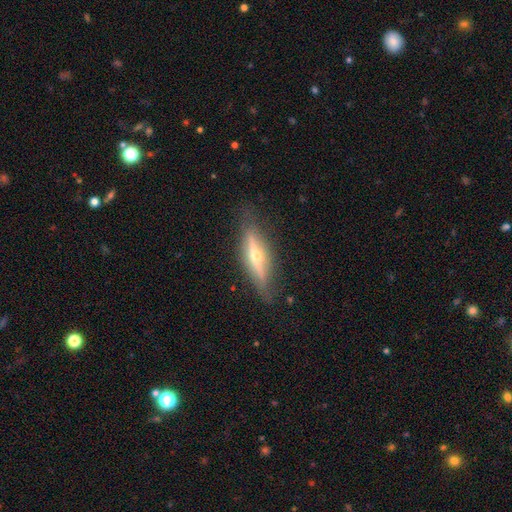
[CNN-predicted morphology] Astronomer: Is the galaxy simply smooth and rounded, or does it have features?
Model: featured or disk — 72%.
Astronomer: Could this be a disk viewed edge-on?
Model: yes — 92%.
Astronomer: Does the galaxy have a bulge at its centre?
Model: rounded — 91%.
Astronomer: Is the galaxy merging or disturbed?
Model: none — 81%.